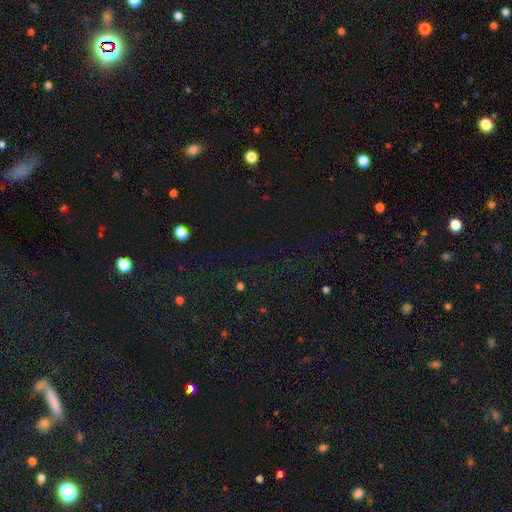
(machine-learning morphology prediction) Smooth or featured?
  - star or artifact: 61% *
  - smooth: 32%
  - featured or disk: 7%